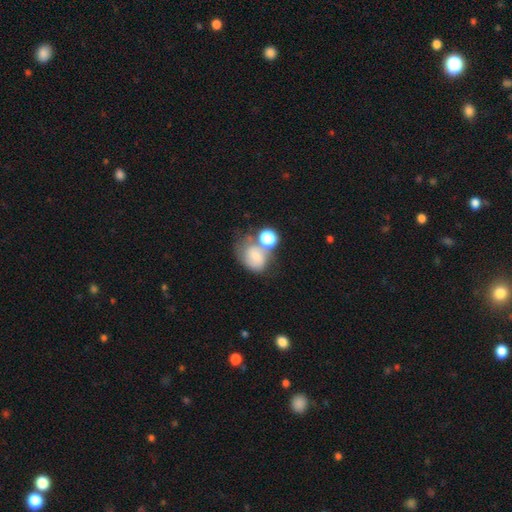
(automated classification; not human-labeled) Q: Smooth or featured?
A: smooth (58%); runner-up: featured or disk (29%)
Q: How rounded?
A: in between (51%); runner-up: round (48%)
Q: Merging?
A: merger (33%); runner-up: none (32%)